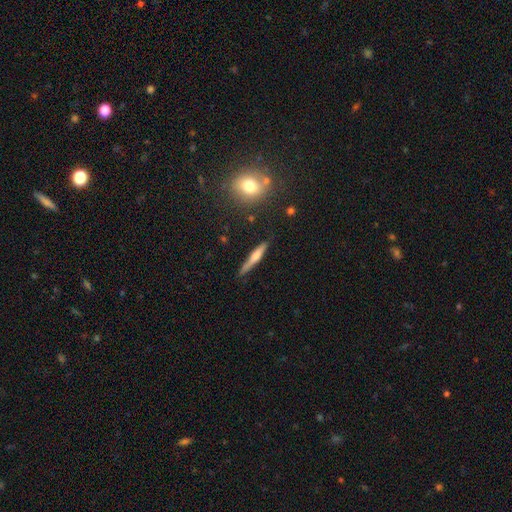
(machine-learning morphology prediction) type=featured or disk (53%); edge-on=yes (96%); edge-on bulge=rounded (68%); merging=none (85%).